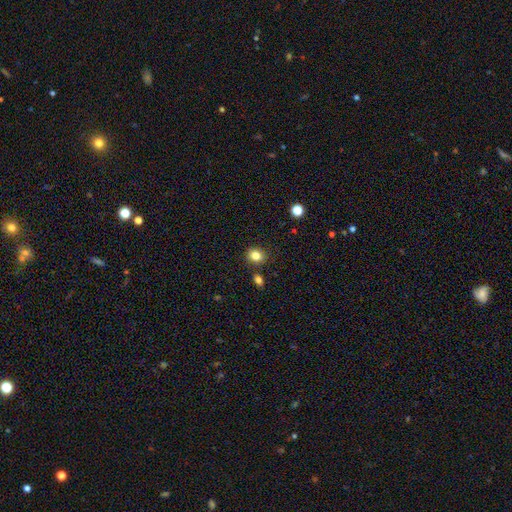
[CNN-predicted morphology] type=smooth (84%); roundness=round (59%); merging=none (82%).